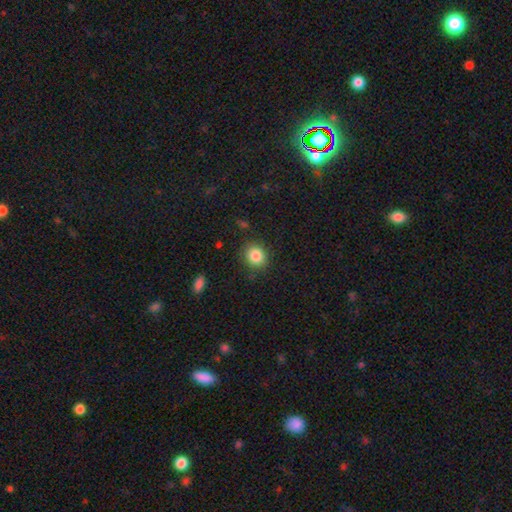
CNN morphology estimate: The model was most divided on "how rounded": round: 79%, in between: 20%, cigar-shaped: 1%. More confident: merging — none (86%); smooth or featured — smooth (85%).